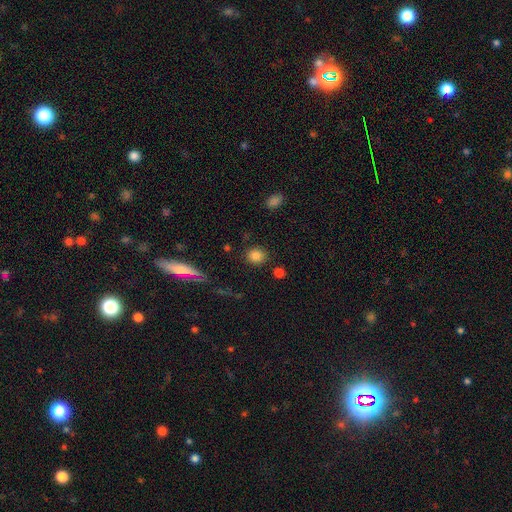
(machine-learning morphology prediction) Smooth or featured?
  - smooth: 83% *
  - star or artifact: 12%
  - featured or disk: 5%
How rounded?
  - round: 75% *
  - in between: 23%
  - cigar-shaped: 1%
Merging?
  - none: 84% *
  - minor disturbance: 9%
  - merger: 3%
  - major disturbance: 3%